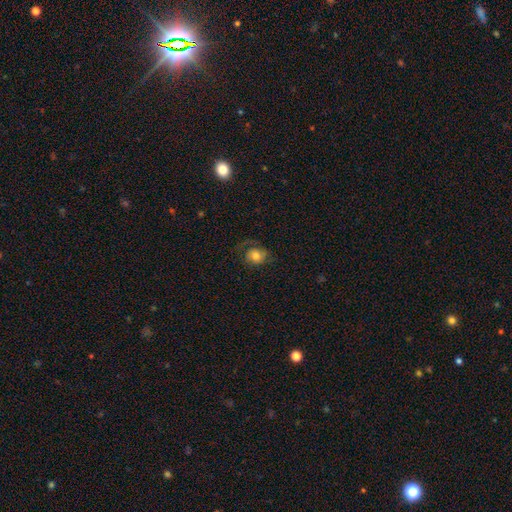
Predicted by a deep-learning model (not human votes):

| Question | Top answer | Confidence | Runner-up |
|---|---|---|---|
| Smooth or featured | smooth | 62% | featured or disk (28%) |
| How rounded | round | 67% | in between (32%) |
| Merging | none | 55% | major disturbance (22%) |